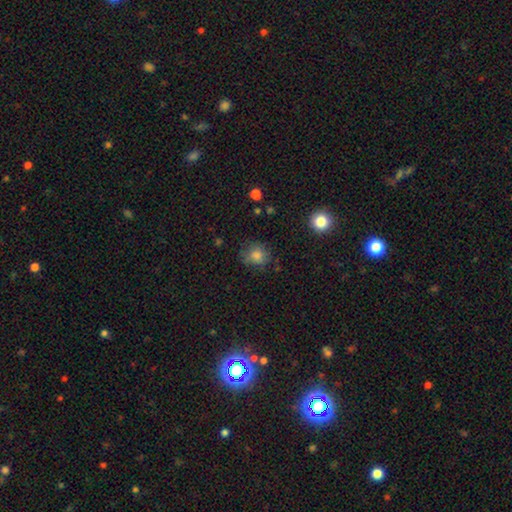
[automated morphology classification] Smooth or featured?
  - smooth: 78% *
  - star or artifact: 13%
  - featured or disk: 9%
How rounded?
  - round: 75% *
  - in between: 24%
  - cigar-shaped: 1%
Merging?
  - none: 68% *
  - minor disturbance: 22%
  - major disturbance: 8%
  - merger: 2%